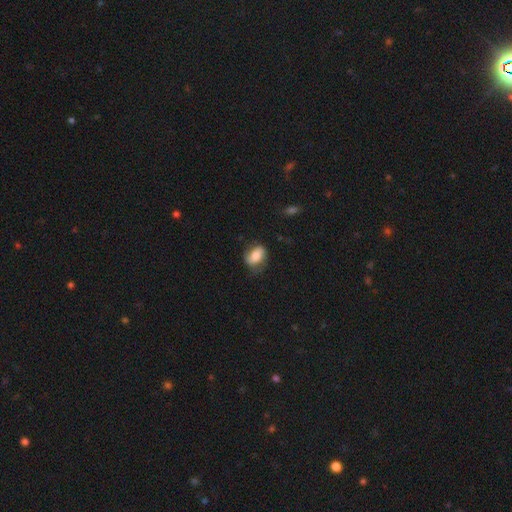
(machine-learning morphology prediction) Q: Smooth or featured?
A: smooth (69%); runner-up: featured or disk (24%)
Q: How rounded?
A: in between (76%); runner-up: round (22%)
Q: Merging?
A: none (59%); runner-up: minor disturbance (28%)